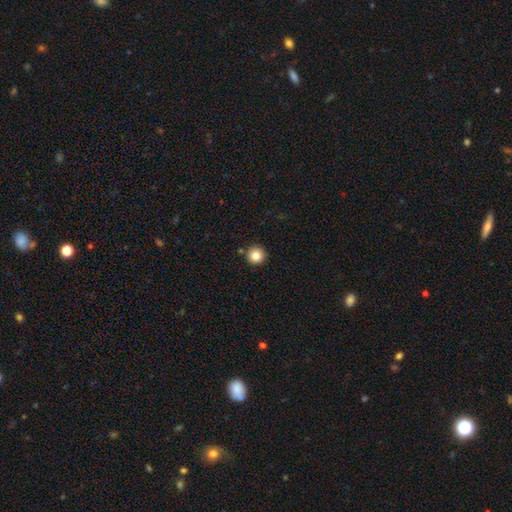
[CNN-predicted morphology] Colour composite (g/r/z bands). It shows a smooth galaxy with no disk features (83%) that is round (96%). Merging: none (89%).